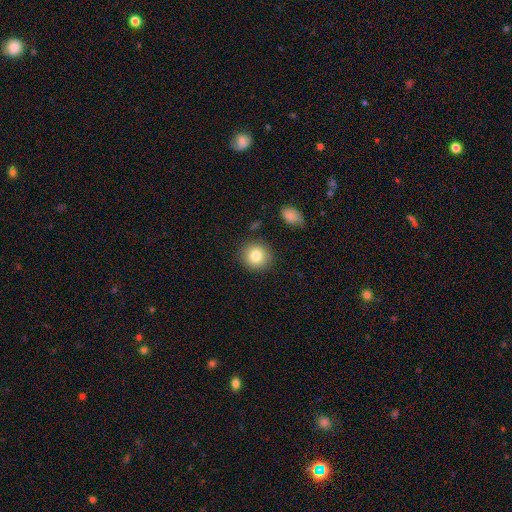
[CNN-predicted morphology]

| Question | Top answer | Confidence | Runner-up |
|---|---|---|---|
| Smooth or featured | smooth | 82% | star or artifact (9%) |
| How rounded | round | 89% | in between (10%) |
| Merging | none | 86% | minor disturbance (8%) |